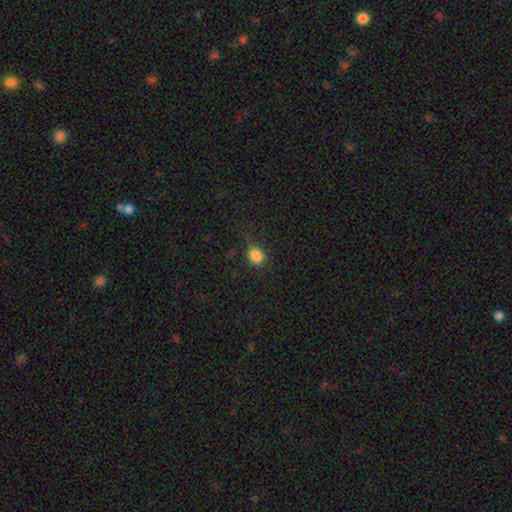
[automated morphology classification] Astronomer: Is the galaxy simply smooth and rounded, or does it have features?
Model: smooth — 84%.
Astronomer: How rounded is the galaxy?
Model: round — 54% (runner-up: in between, 44%).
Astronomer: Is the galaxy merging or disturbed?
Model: none — 66%.